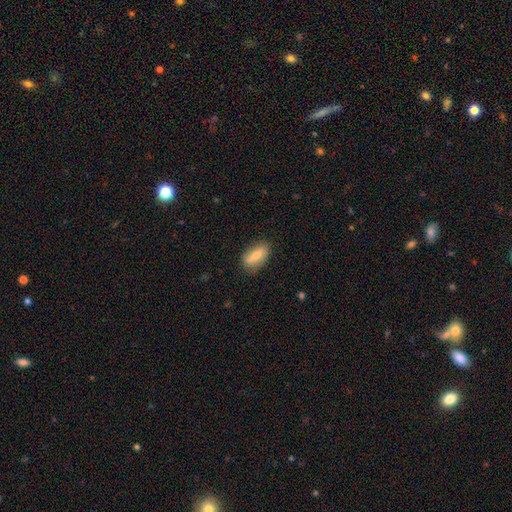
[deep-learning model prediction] smooth_or_featured: smooth (p=0.72) [alt: featured or disk p=0.21]
how_rounded: in between (p=0.85) [alt: cigar-shaped p=0.10]
merging: none (p=0.75) [alt: minor disturbance p=0.19]